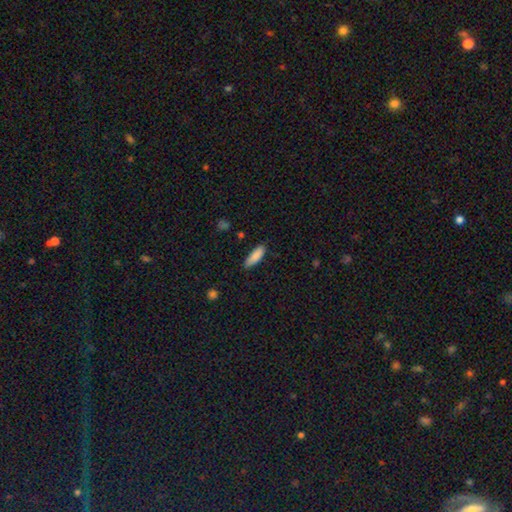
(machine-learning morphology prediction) Smooth or featured? Predicted: smooth (p=0.87). How rounded? Predicted: in between (p=0.56). Merging? Predicted: none (p=0.82).